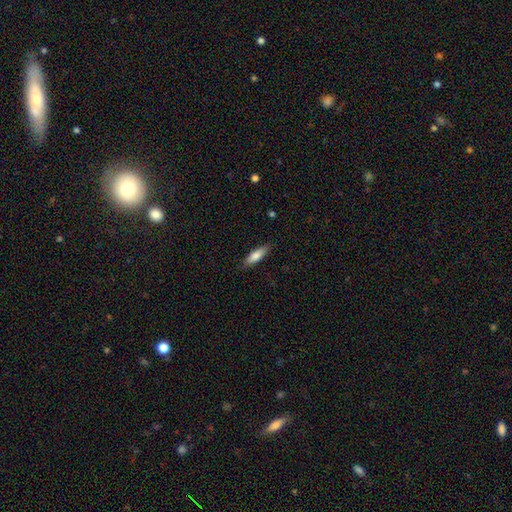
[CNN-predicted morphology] Smooth or featured: smooth — 77% (featured or disk — 17%)
How rounded: cigar-shaped — 61% (in between — 37%)
Merging: none — 85% (minor disturbance — 11%)